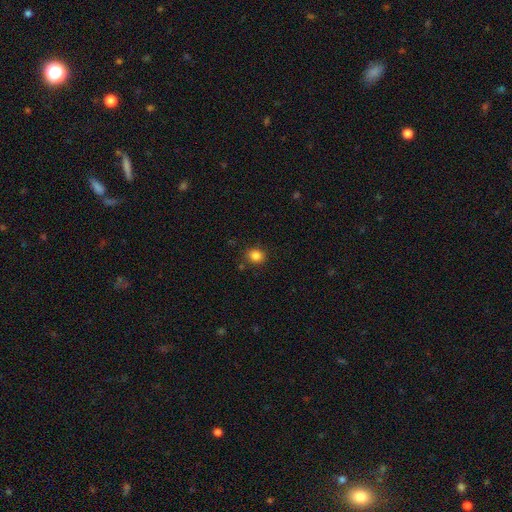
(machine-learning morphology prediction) Smooth or featured? Predicted: smooth (p=0.84). How rounded? Predicted: round (p=0.73). Merging? Predicted: none (p=0.85).